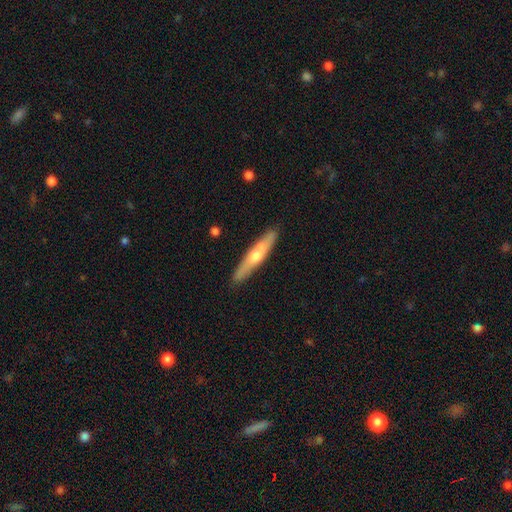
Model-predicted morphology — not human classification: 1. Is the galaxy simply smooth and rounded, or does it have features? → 49% featured or disk, 46% smooth, 5% star or artifact.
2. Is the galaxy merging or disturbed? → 75% none, 13% minor disturbance, 10% merger, 3% major disturbance.